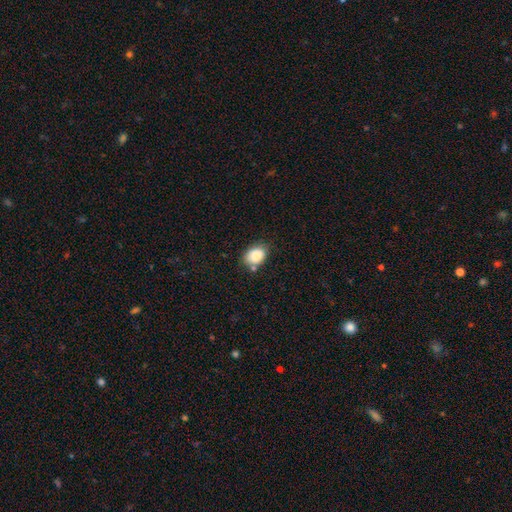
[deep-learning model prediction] Smooth or featured?
  - smooth: 85% *
  - star or artifact: 8%
  - featured or disk: 7%
How rounded?
  - in between: 75% *
  - round: 24%
  - cigar-shaped: 1%
Merging?
  - none: 70% *
  - minor disturbance: 19%
  - merger: 7%
  - major disturbance: 4%